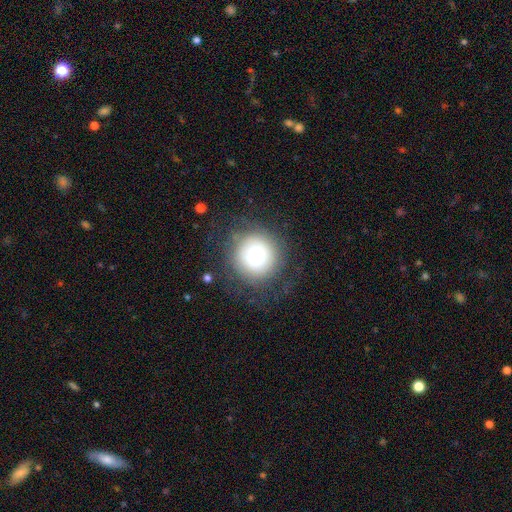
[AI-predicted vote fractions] Smooth or featured? smooth (66%)
How rounded? round (94%)
Merging? none (77%)